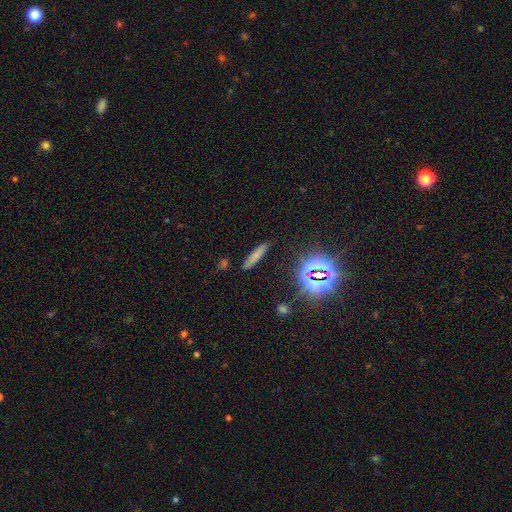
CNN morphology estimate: Overall: smooth (69%). How rounded: cigar-shaped (86%). Merging: none (86%).